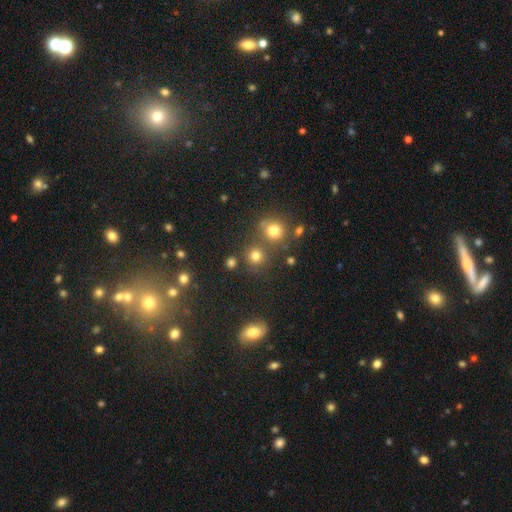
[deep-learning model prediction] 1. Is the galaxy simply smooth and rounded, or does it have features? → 75% smooth, 18% star or artifact, 7% featured or disk.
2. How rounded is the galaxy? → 90% round, 9% in between, 1% cigar-shaped.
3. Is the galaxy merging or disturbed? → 73% none, 15% merger, 8% minor disturbance, 4% major disturbance.